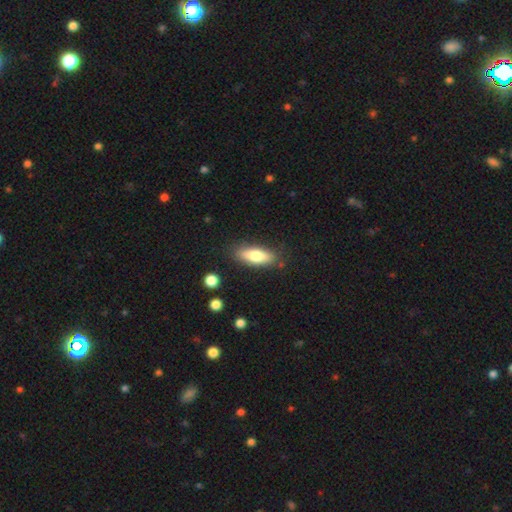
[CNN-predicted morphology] smooth 75%, featured or disk 19%, star or artifact 6%. Down the decision tree: how rounded — in between (64%); merging — none (83%).